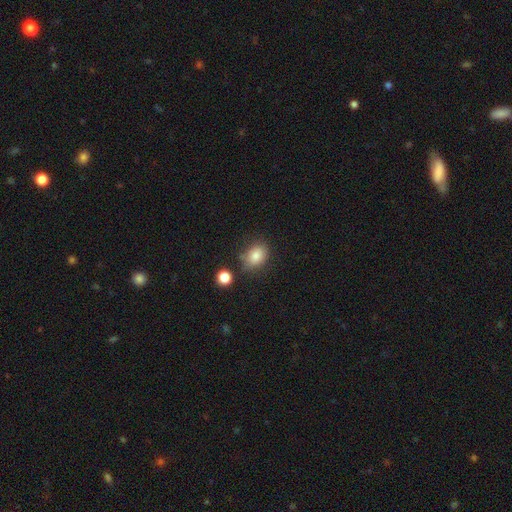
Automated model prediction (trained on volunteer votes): Q: Smooth or featured?
A: smooth (82%); runner-up: star or artifact (10%)
Q: How rounded?
A: in between (65%); runner-up: round (34%)
Q: Merging?
A: none (70%); runner-up: minor disturbance (18%)